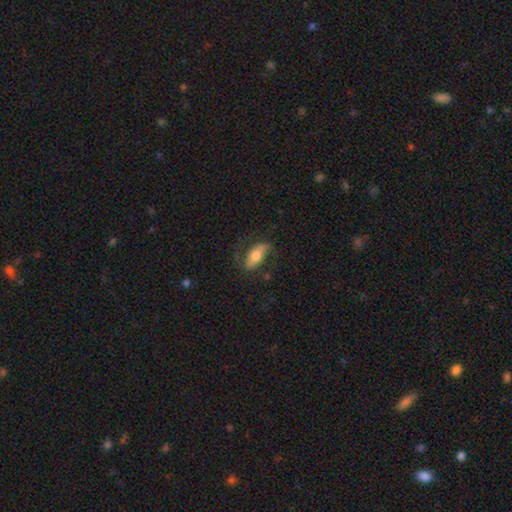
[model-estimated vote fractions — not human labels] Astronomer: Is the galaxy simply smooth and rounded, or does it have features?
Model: featured or disk — 48% (runner-up: smooth, 45%).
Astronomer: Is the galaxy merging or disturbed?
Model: none — 64%.